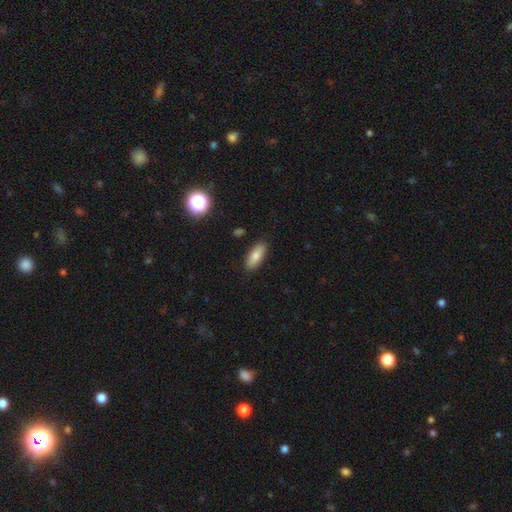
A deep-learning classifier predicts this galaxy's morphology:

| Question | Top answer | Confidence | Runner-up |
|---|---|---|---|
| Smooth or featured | smooth | 80% | featured or disk (13%) |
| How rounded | in between | 78% | cigar-shaped (19%) |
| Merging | none | 87% | minor disturbance (9%) |